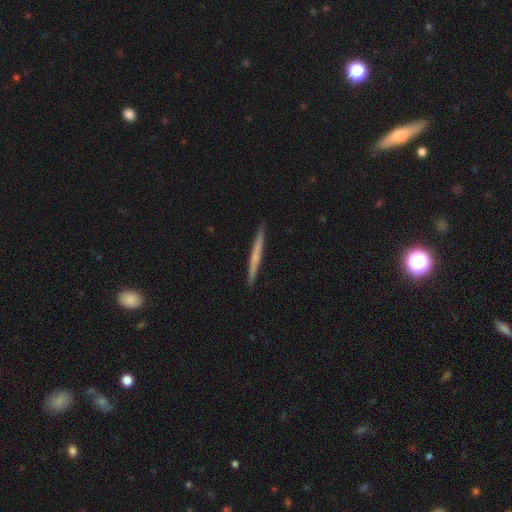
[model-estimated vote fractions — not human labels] Q: Smooth or featured?
A: smooth (51%); runner-up: featured or disk (44%)
Q: How rounded?
A: cigar-shaped (97%); runner-up: in between (2%)
Q: Merging?
A: none (93%); runner-up: minor disturbance (5%)